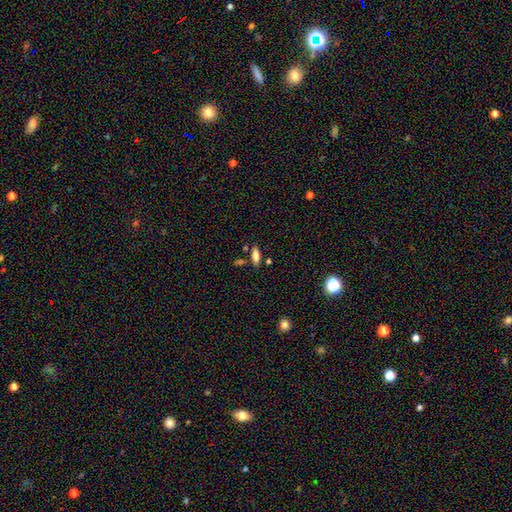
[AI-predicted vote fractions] Smooth or featured? Predicted: smooth (p=0.75). How rounded? Predicted: in between (p=0.73). Merging? Predicted: none (p=0.75).